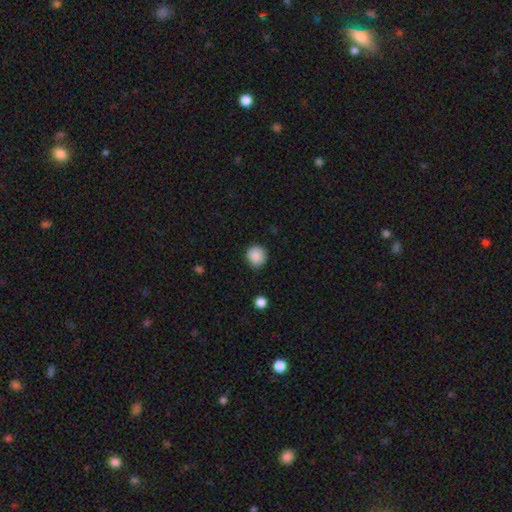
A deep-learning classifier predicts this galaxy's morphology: Smooth or featured: smooth — 89% (star or artifact — 9%)
How rounded: round — 90% (in between — 9%)
Merging: none — 86% (minor disturbance — 10%)